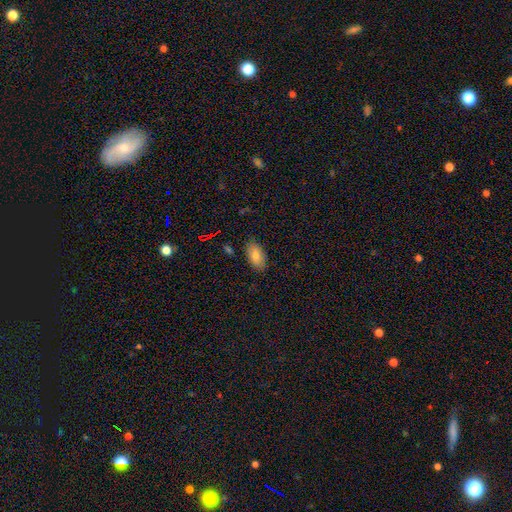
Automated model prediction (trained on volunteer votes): This appears to be a smooth galaxy with no disk features (82%) that is in between round and cigar-shaped (93%). Merging: none (84%).